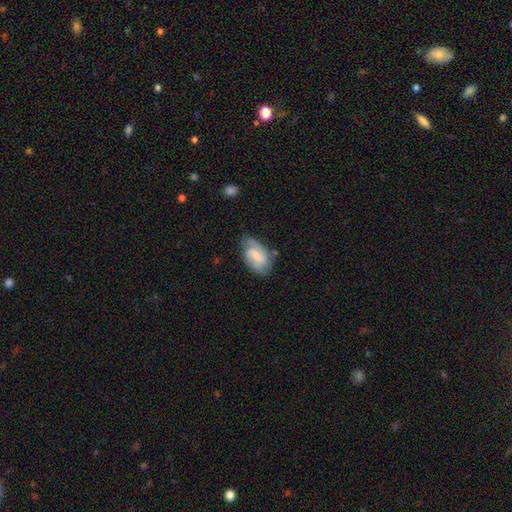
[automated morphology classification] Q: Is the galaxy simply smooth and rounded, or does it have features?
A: featured or disk — 67%.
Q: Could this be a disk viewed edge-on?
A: no — 96%.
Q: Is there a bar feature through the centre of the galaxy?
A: weak — 55%.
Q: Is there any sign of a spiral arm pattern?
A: yes — 90%.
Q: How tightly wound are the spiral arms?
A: medium — 47%.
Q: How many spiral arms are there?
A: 2 — 66%.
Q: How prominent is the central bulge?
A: small — 48%.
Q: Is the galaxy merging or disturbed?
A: none — 63%.